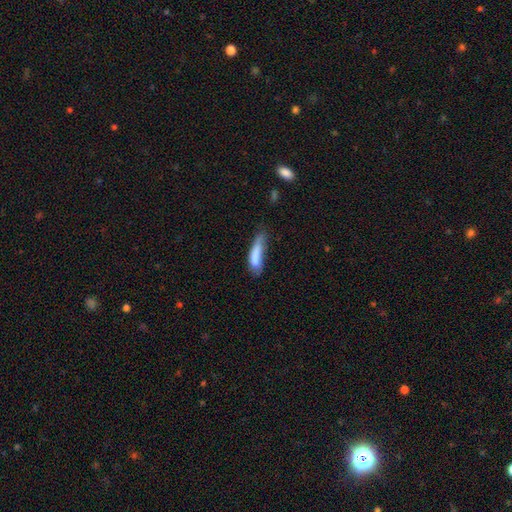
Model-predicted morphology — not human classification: This appears to be a smooth galaxy with no disk features (78%) that is cigar-shaped (64%). Merging: minor disturbance (38%).